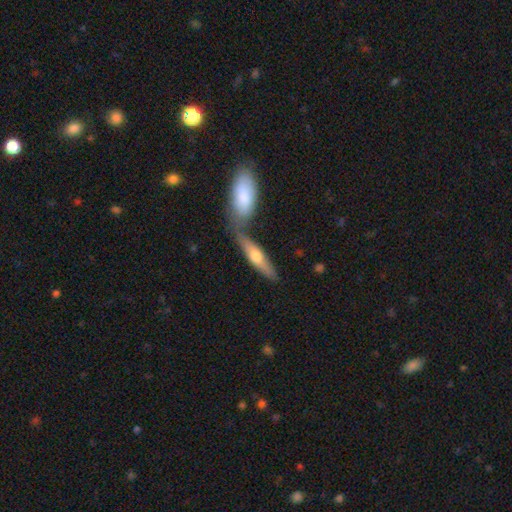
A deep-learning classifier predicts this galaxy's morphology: Smooth or featured? smooth (50%)
How rounded? cigar-shaped (67%)
Merging? none (53%)